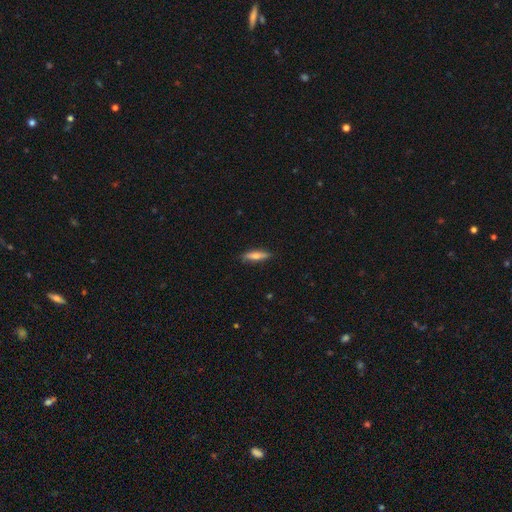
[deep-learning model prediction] The model was most divided on "smooth or featured": smooth: 62%, featured or disk: 31%, star or artifact: 6%. More confident: merging — none (85%); how rounded — cigar-shaped (72%).